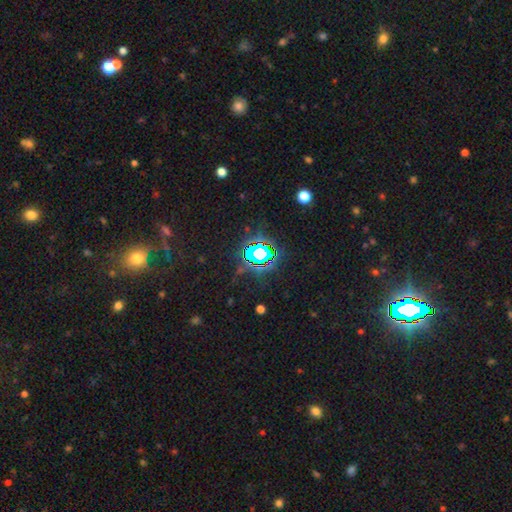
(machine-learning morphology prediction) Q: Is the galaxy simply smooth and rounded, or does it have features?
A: star or artifact — 77%.